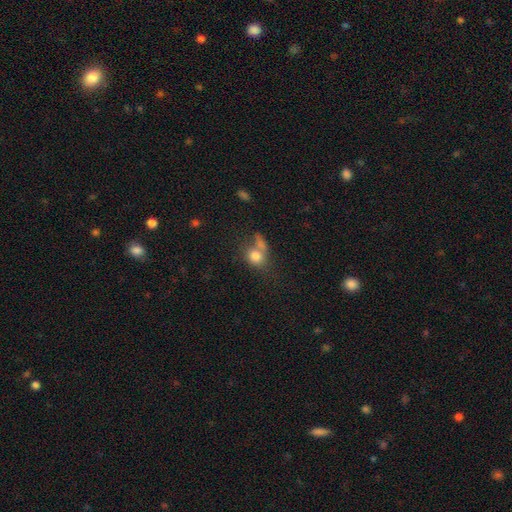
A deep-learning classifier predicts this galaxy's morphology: This appears to be a smooth galaxy with no disk features (79%) that is round (58%). Merging: none (38%, tied with merger).